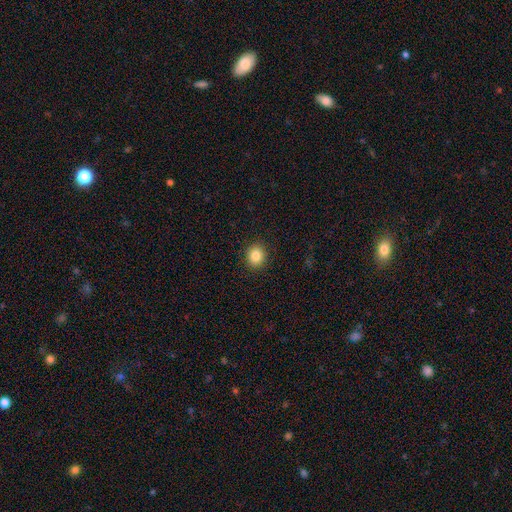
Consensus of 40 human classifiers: Smooth or featured? smooth (88%)
How rounded? round (74%)
Merging? none (76%)